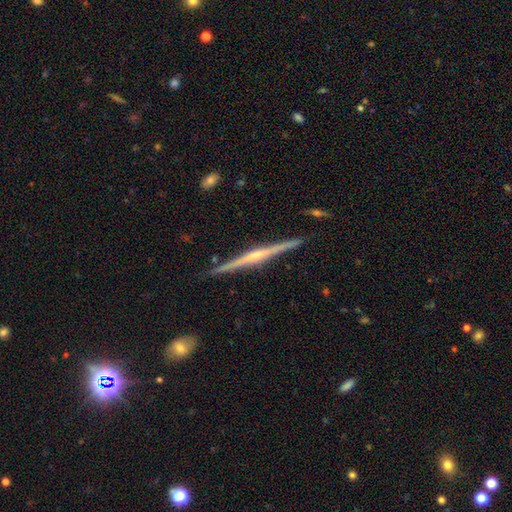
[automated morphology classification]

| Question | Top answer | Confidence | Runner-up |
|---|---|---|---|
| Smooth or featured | featured or disk | 83% | smooth (12%) |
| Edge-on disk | yes | 99% | no (1%) |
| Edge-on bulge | rounded | 60% | none (25%) |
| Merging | none | 90% | minor disturbance (7%) |